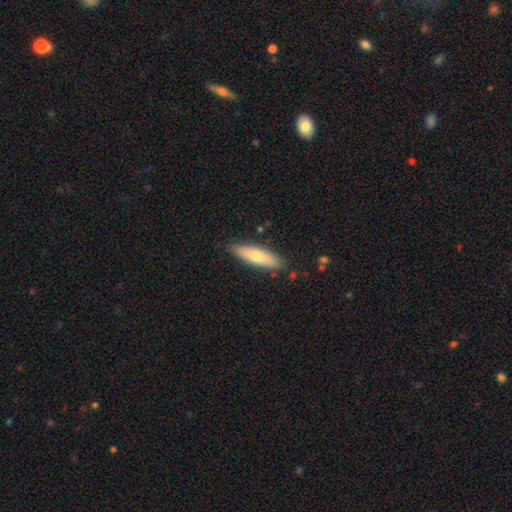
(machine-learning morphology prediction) Smooth or featured: smooth — 66% (featured or disk — 28%)
How rounded: cigar-shaped — 65% (in between — 33%)
Merging: none — 86% (minor disturbance — 11%)